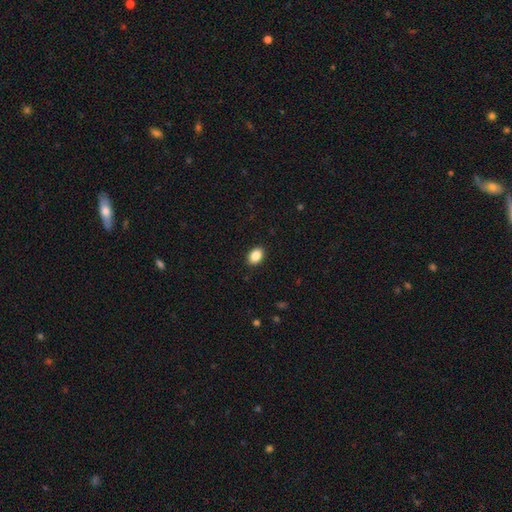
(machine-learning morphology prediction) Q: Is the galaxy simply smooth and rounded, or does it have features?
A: smooth — 88%.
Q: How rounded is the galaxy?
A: in between — 86%.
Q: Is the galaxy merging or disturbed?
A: none — 90%.